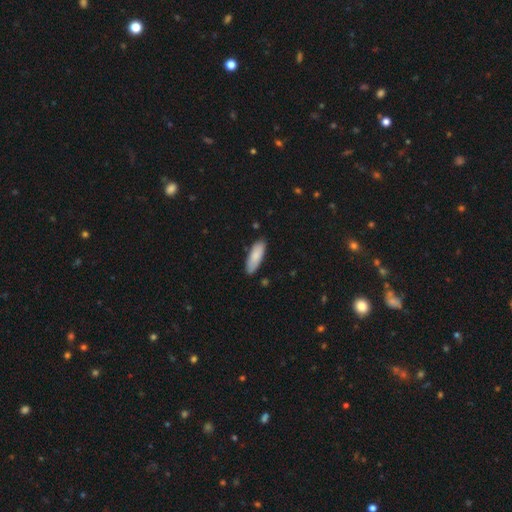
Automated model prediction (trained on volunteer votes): smooth-or-featured: smooth: 85% | featured or disk: 9% | star or artifact: 5%
  how-rounded: in between: 64% | cigar-shaped: 34% | round: 1%
  merging: none: 84% | minor disturbance: 13% | major disturbance: 2% | merger: 2%